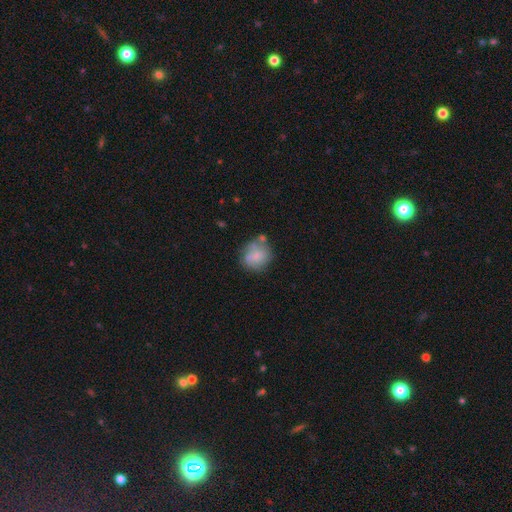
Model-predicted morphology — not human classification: Overall: smooth (62%; featured or disk 30%). How rounded: round (78%). Merging: none (51%; minor disturbance 24%).